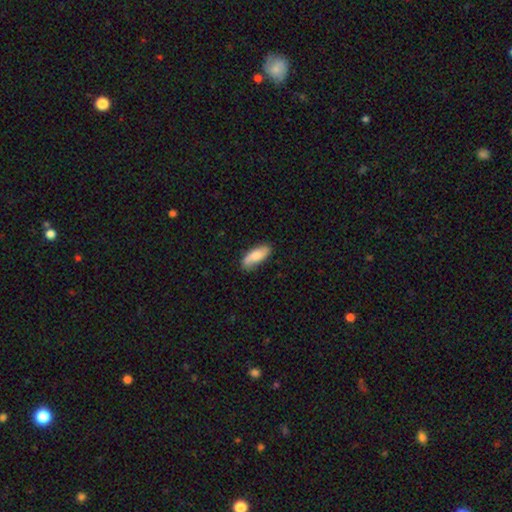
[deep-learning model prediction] Overall: smooth (70%). How rounded: in between (73%). Merging: none (72%).